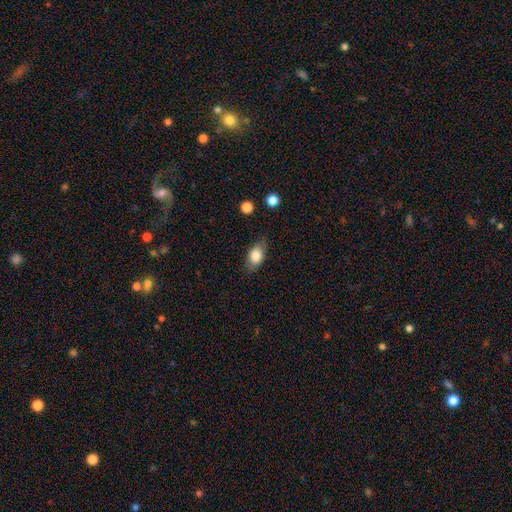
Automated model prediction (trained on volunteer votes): Overall: smooth (81%). How rounded: in between (82%). Merging: none (77%).